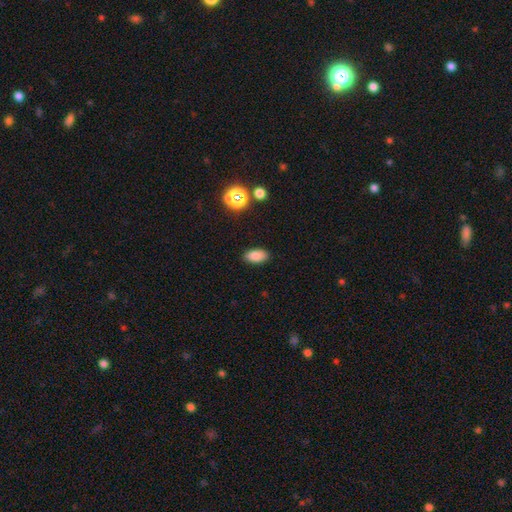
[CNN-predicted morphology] type=smooth (83%); roundness=in between (91%); merging=none (87%).